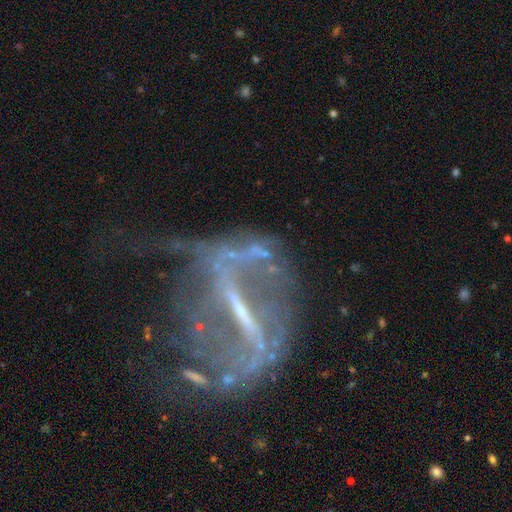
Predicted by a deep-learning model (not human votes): featured or disk 82%, star or artifact 11%, smooth 7%. Down the decision tree: edge-on disk — no (90%); bar — strong (70%); spiral arms — yes (70%); spiral arm count — 2 (69%); spiral winding — loose (63%); bulge size — small (52%); merging — none (37%, tied with major disturbance).